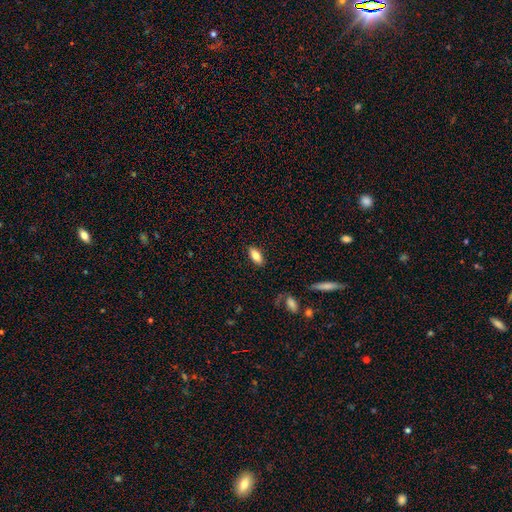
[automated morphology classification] This is likely a smooth galaxy (80%). How rounded: clearly in between (83%). Merging: clearly none (87%).